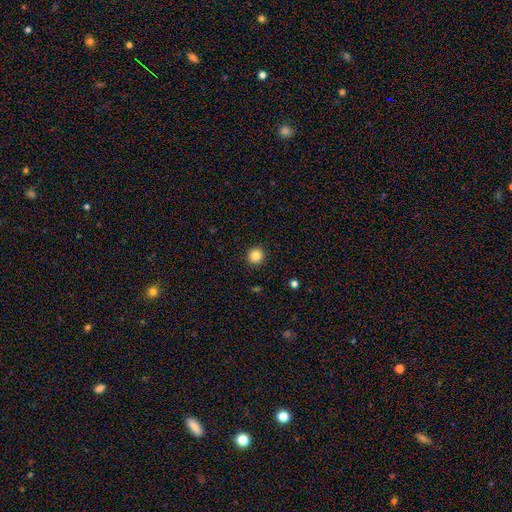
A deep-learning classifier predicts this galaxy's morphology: This appears to be a smooth galaxy with no disk features (85%) that is round (94%). Merging: none (92%).